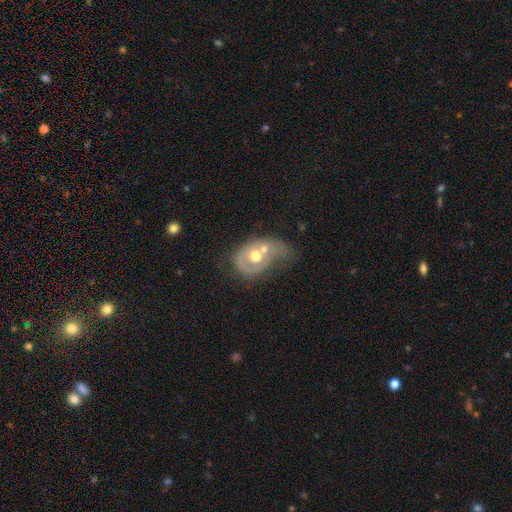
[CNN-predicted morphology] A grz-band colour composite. It shows a featured or disk galaxy (56%) with no bar (87%), no spiral arms (64%) and a moderate central bulge (76%). Merging: merger (46%).